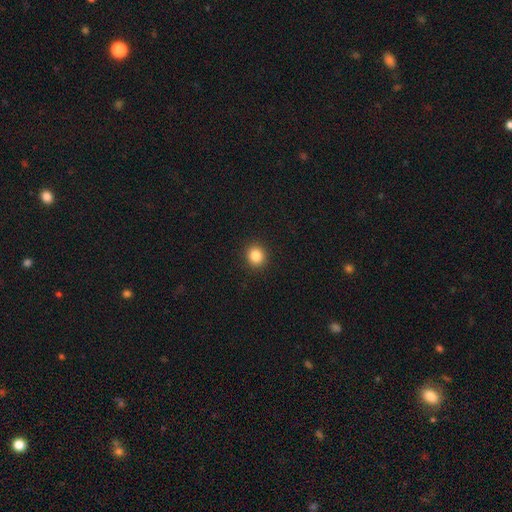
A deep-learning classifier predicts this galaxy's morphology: smooth-or-featured: smooth: 85% | star or artifact: 11% | featured or disk: 4%
  how-rounded: round: 84% | in between: 15% | cigar-shaped: 1%
  merging: none: 92% | minor disturbance: 5% | major disturbance: 2% | merger: 1%